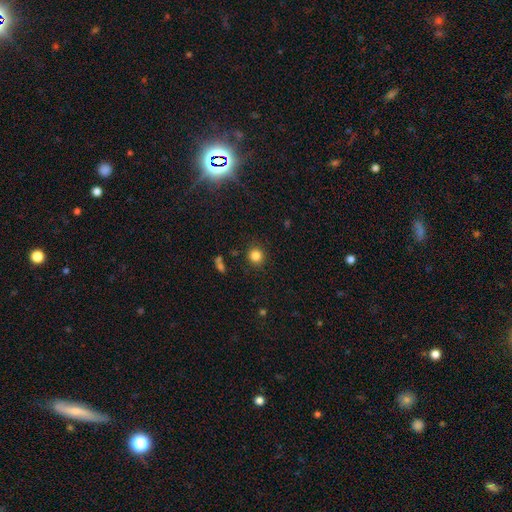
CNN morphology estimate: Smooth or featured? Predicted: smooth (p=0.82). How rounded? Predicted: round (p=0.89). Merging? Predicted: none (p=0.88).